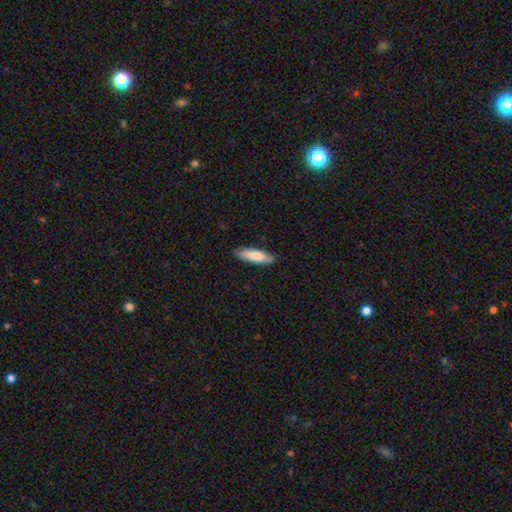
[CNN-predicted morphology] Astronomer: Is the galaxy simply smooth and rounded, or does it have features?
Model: smooth — 80%.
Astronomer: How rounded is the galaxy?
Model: cigar-shaped — 61% (runner-up: in between, 37%).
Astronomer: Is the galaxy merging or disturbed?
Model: none — 85%.